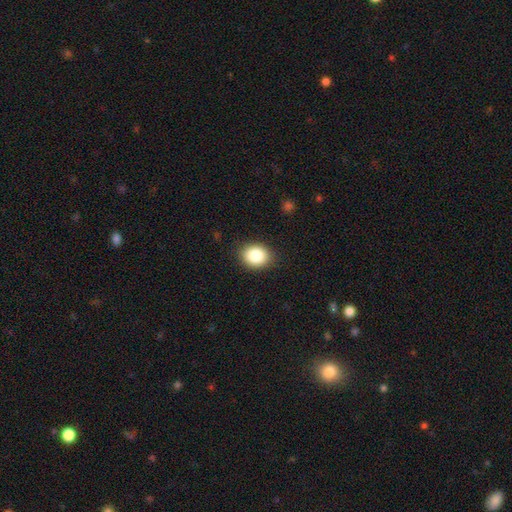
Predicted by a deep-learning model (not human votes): smooth_or_featured: smooth (p=0.87) [alt: star or artifact p=0.09]
how_rounded: round (p=0.56) [alt: in between p=0.43]
merging: none (p=0.87) [alt: minor disturbance p=0.09]